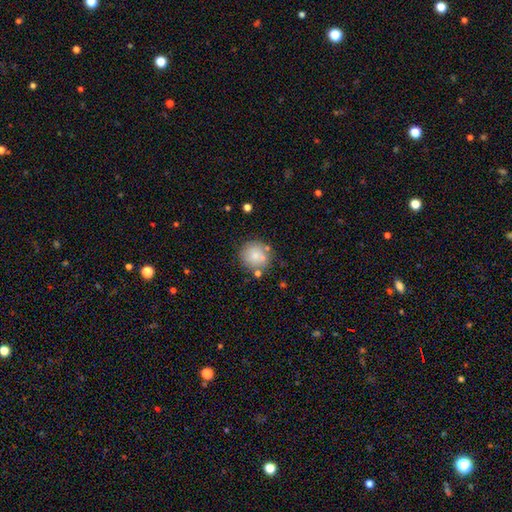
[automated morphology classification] The model was most divided on "merging": none: 75%, minor disturbance: 12%, merger: 9%, major disturbance: 4%. More confident: how rounded — round (93%); smooth or featured — smooth (80%).